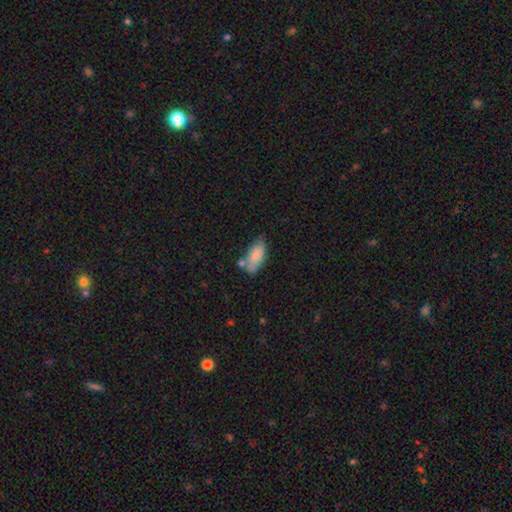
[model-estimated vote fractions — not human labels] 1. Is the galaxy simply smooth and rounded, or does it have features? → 82% smooth, 12% featured or disk, 7% star or artifact.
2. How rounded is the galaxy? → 85% in between, 13% cigar-shaped, 2% round.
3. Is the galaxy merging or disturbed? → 58% none, 24% minor disturbance, 13% merger, 6% major disturbance.